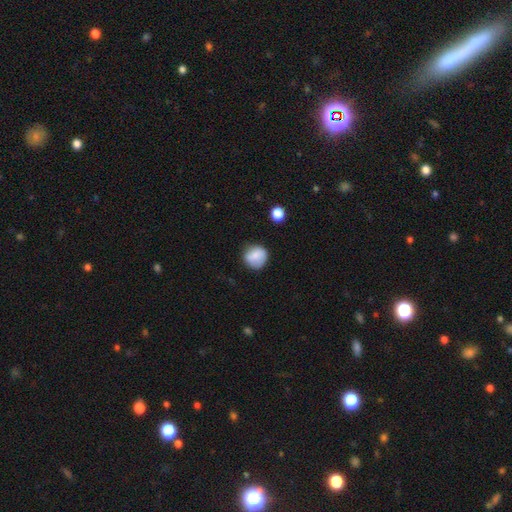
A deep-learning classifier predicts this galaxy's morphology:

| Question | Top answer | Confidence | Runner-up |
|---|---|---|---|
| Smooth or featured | smooth | 81% | featured or disk (11%) |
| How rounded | round | 88% | in between (11%) |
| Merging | none | 75% | minor disturbance (19%) |